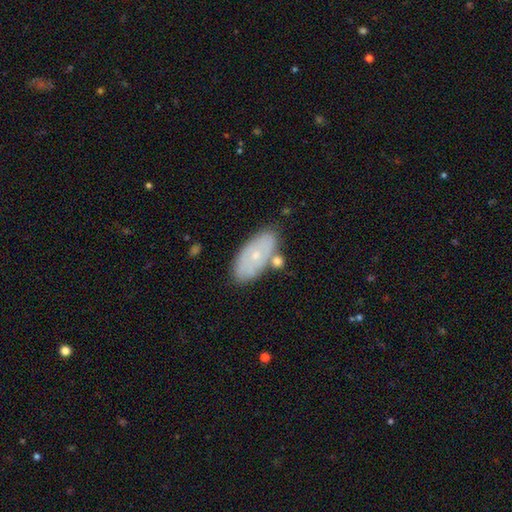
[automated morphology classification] Smooth or featured? smooth (50%)
Merging? none (72%)